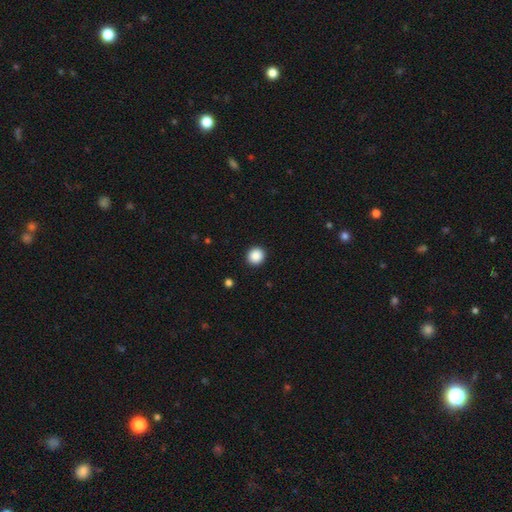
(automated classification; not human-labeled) Overall: smooth (88%). How rounded: round (92%). Merging: none (93%).